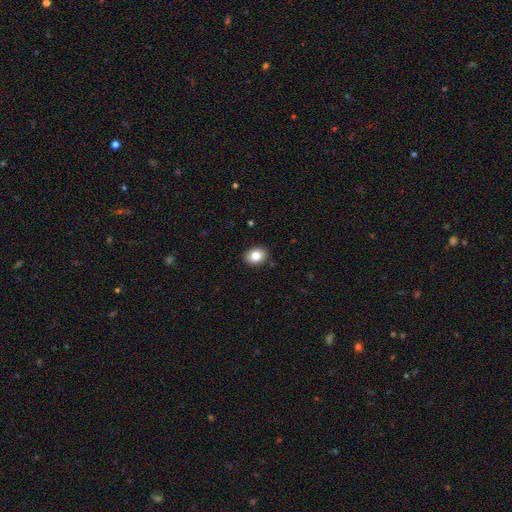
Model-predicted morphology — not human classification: Smooth or featured: smooth — 83% (star or artifact — 9%)
How rounded: in between — 61% (round — 39%)
Merging: none — 90% (minor disturbance — 8%)